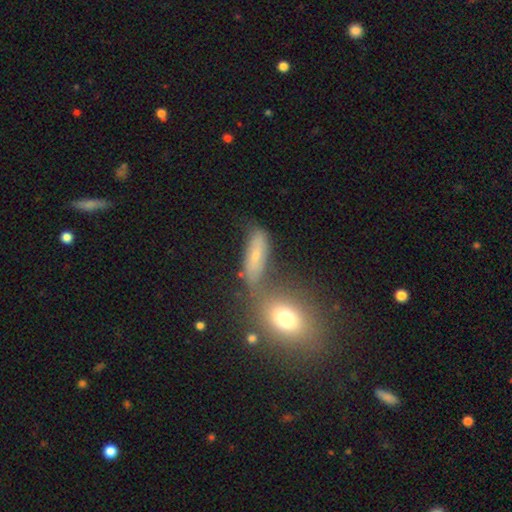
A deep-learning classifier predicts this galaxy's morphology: A smooth galaxy with no disk features (59%) that is in between round and cigar-shaped (54%). Merging: none (51%).